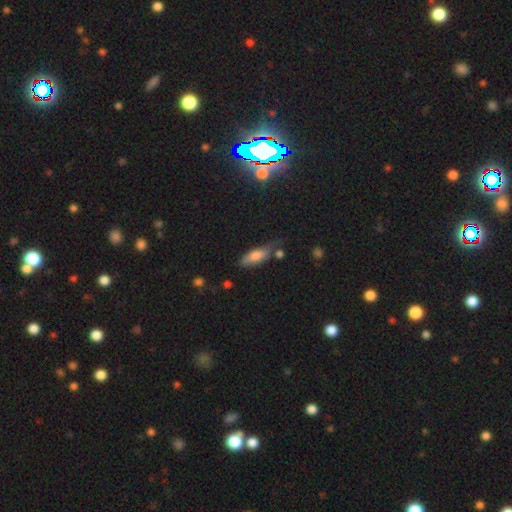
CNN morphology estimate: smooth_or_featured: smooth (p=0.71) [alt: featured or disk p=0.21]
how_rounded: in between (p=0.64) [alt: cigar-shaped p=0.34]
merging: none (p=0.52) [alt: minor disturbance p=0.30]